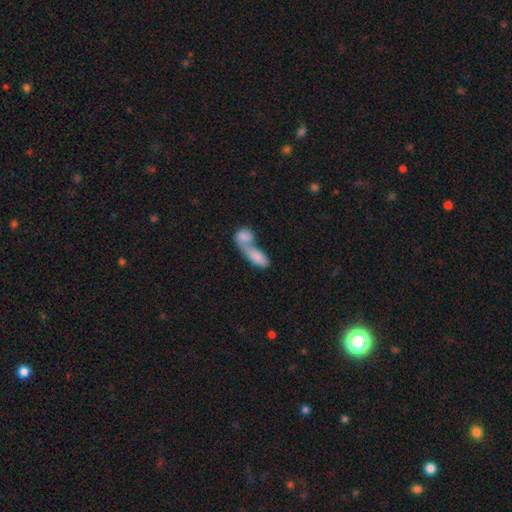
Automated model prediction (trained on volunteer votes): Q: Smooth or featured?
A: smooth (79%); runner-up: featured or disk (14%)
Q: How rounded?
A: in between (76%); runner-up: cigar-shaped (17%)
Q: Merging?
A: merger (76%); runner-up: none (13%)